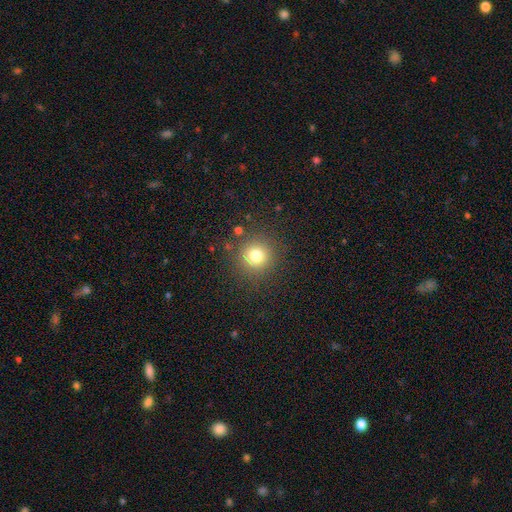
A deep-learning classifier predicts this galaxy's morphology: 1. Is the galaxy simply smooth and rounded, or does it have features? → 76% smooth, 15% star or artifact, 8% featured or disk.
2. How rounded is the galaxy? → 94% round, 5% in between, 1% cigar-shaped.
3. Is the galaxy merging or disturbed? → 87% none, 7% minor disturbance, 3% major disturbance, 2% merger.